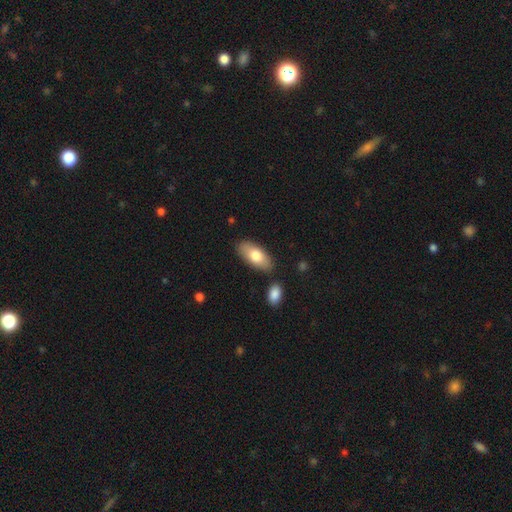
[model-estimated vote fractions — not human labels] Smooth or featured? smooth (75%)
How rounded? in between (89%)
Merging? none (81%)